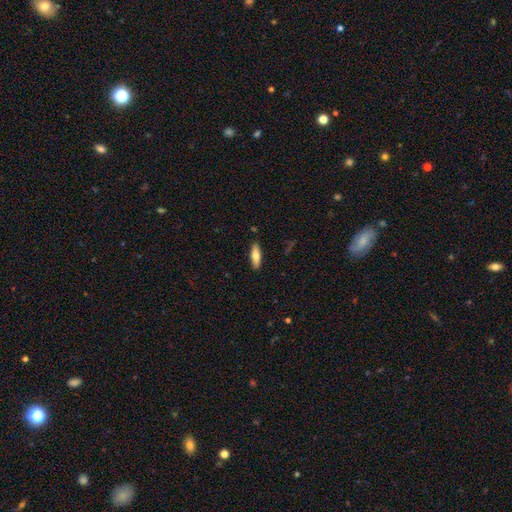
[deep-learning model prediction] This appears to be a smooth galaxy with no disk features (71%) that is in between round and cigar-shaped (50%). Merging: none (89%).